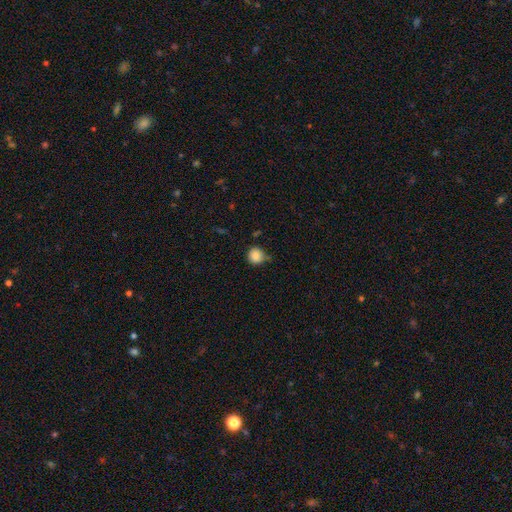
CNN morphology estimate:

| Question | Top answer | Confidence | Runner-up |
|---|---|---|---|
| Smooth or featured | smooth | 85% | star or artifact (10%) |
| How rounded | round | 90% | in between (9%) |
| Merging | none | 65% | minor disturbance (26%) |